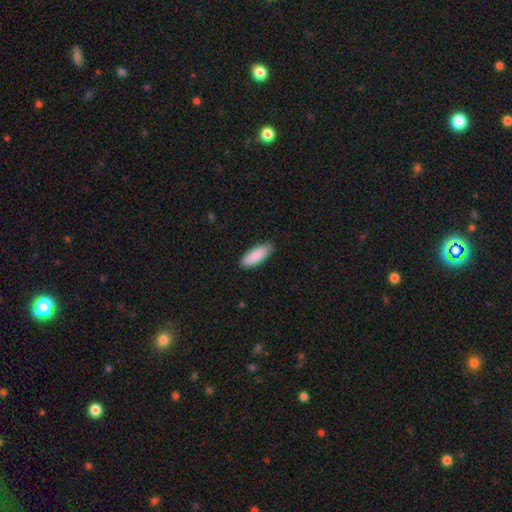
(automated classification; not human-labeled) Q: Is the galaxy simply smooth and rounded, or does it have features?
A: smooth — 90%.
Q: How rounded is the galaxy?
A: in between — 74%.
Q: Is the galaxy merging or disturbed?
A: none — 86%.